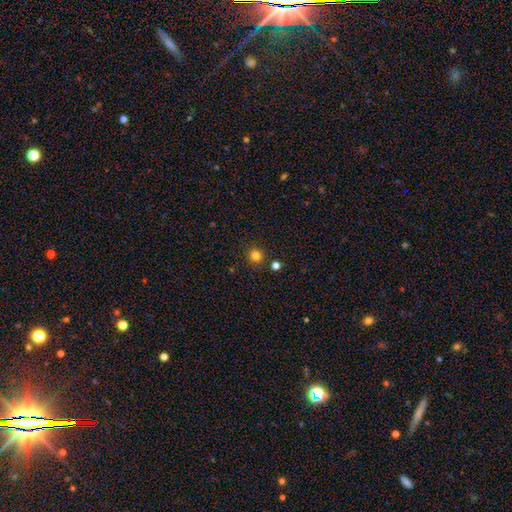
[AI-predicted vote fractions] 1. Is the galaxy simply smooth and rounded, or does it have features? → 80% smooth, 15% star or artifact, 5% featured or disk.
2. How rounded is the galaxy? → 92% round, 7% in between, 1% cigar-shaped.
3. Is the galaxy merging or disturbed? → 88% none, 6% minor disturbance, 4% merger, 2% major disturbance.